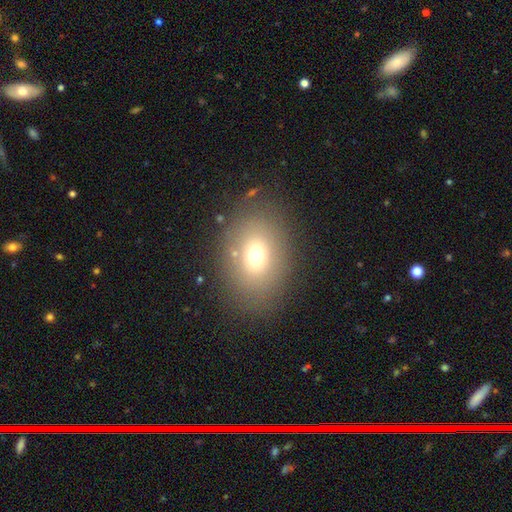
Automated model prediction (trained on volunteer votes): A smooth galaxy with no disk features (69%) that is in between round and cigar-shaped (68%). Merging: none (80%).